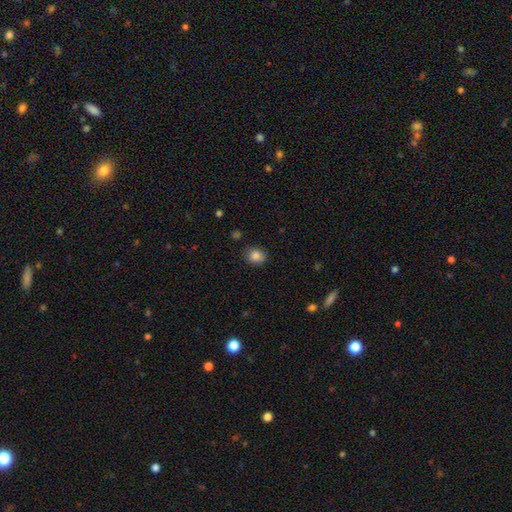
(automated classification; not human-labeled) Q: Smooth or featured?
A: smooth (85%); runner-up: star or artifact (10%)
Q: How rounded?
A: round (59%); runner-up: in between (40%)
Q: Merging?
A: none (79%); runner-up: minor disturbance (15%)